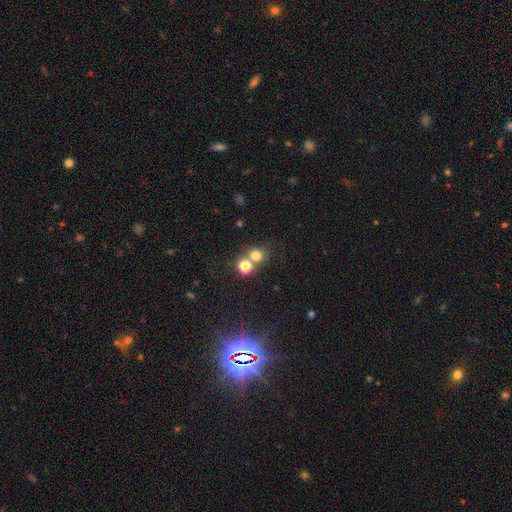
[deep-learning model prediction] Smooth or featured? smooth (73%)
How rounded? round (82%)
Merging? none (56%)